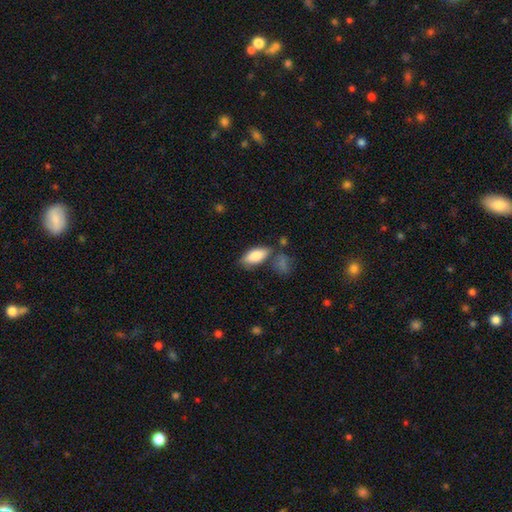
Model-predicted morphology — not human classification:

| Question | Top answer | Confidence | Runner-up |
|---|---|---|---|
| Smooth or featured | smooth | 82% | featured or disk (11%) |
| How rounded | in between | 87% | cigar-shaped (10%) |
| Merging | none | 66% | minor disturbance (19%) |